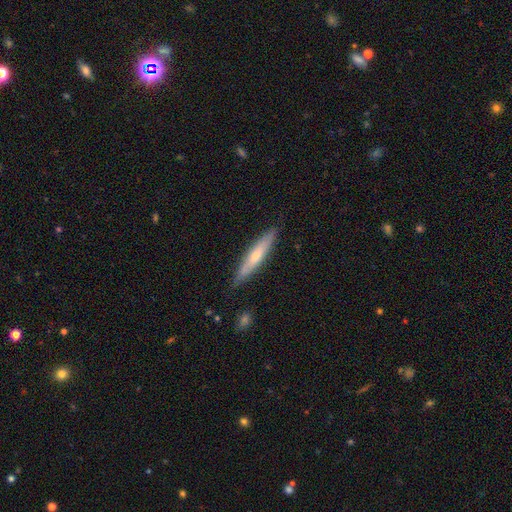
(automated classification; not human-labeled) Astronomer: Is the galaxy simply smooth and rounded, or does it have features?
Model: smooth — 48% (runner-up: featured or disk, 46%).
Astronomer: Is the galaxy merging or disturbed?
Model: none — 86%.